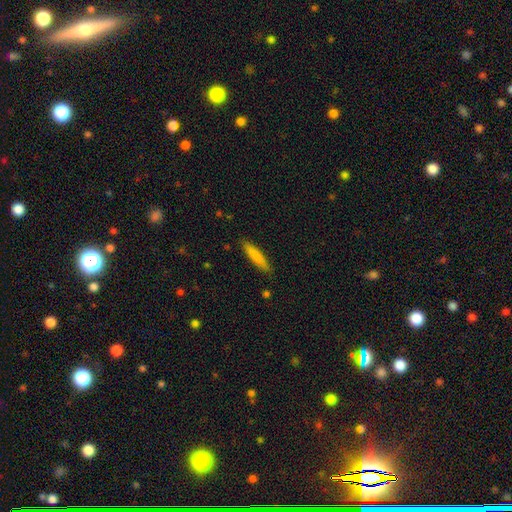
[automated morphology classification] A smooth galaxy with no disk features (82%) that is cigar-shaped (86%).

Vote fractions:
- Smooth or featured? smooth: 82% / featured or disk: 12% / star or artifact: 6%
- How rounded? cigar-shaped: 86% / in between: 13% / round: 1%
- Merging? none: 88% / minor disturbance: 9% / major disturbance: 2% / merger: 1%